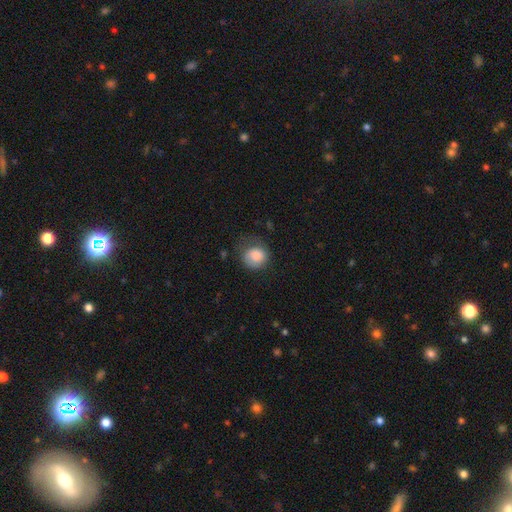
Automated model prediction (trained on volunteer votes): This is clearly a smooth galaxy (84%). How rounded: likely round (76%). Merging: possibly none (49%).